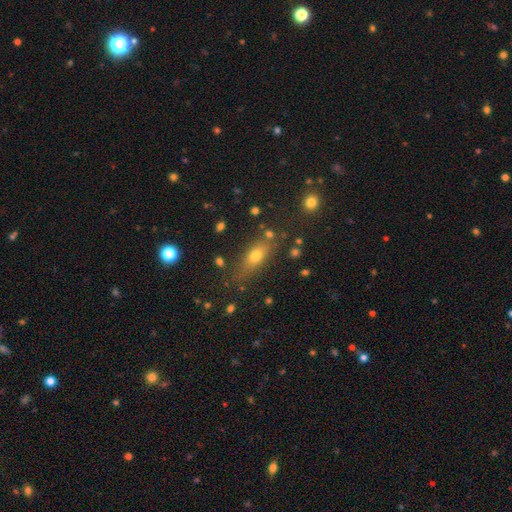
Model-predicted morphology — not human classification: A smooth galaxy with no disk features (66%) that is in between round and cigar-shaped (65%).

Vote fractions:
- Smooth or featured? smooth: 66% / featured or disk: 19% / star or artifact: 15%
- How rounded? in between: 65% / cigar-shaped: 24% / round: 11%
- Merging? none: 72% / minor disturbance: 16% / major disturbance: 6% / merger: 6%